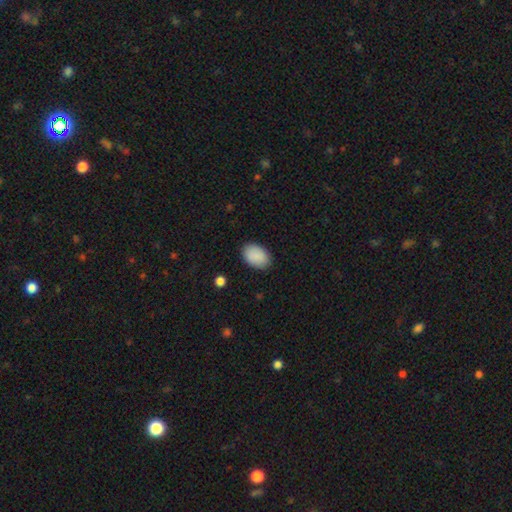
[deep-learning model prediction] smooth 90%, star or artifact 6%, featured or disk 4%. Down the decision tree: how rounded — in between (88%); merging — none (87%).